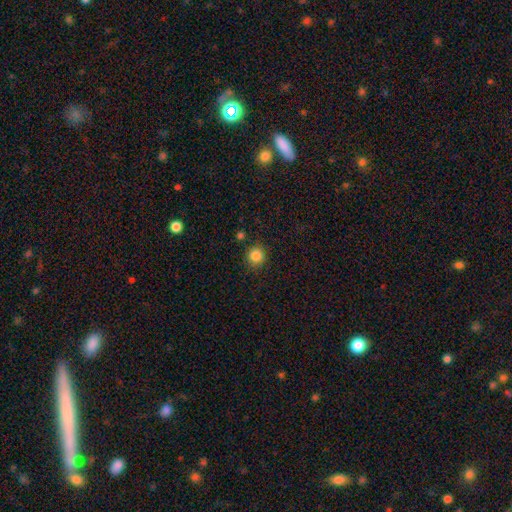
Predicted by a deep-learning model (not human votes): Smooth or featured? smooth (86%)
How rounded? round (91%)
Merging? none (87%)